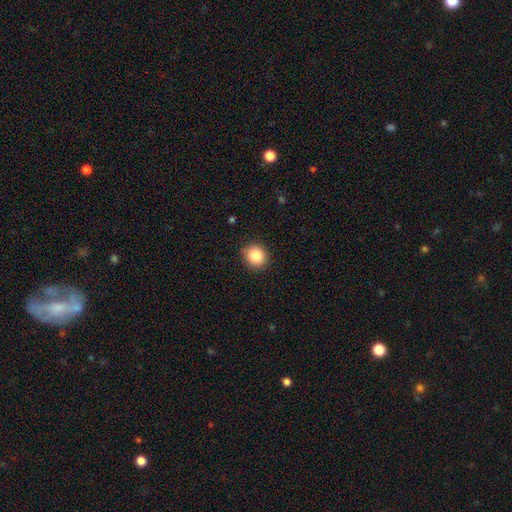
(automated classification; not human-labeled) Smooth or featured?
  - smooth: 85% *
  - star or artifact: 9%
  - featured or disk: 6%
How rounded?
  - round: 83% *
  - in between: 16%
  - cigar-shaped: 1%
Merging?
  - none: 90% *
  - minor disturbance: 7%
  - major disturbance: 2%
  - merger: 1%